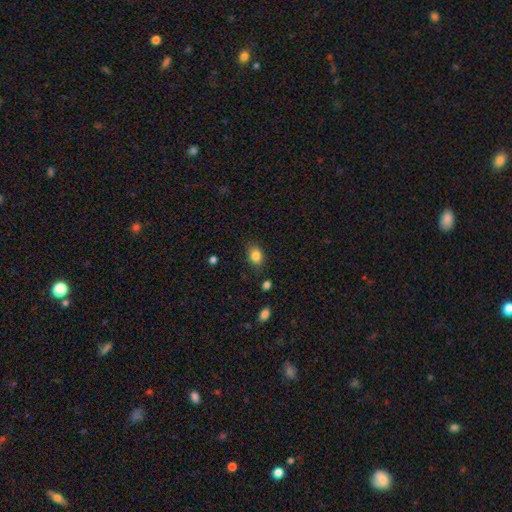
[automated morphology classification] Q: Smooth or featured?
A: smooth (84%); runner-up: star or artifact (9%)
Q: How rounded?
A: in between (67%); runner-up: round (32%)
Q: Merging?
A: none (83%); runner-up: minor disturbance (12%)